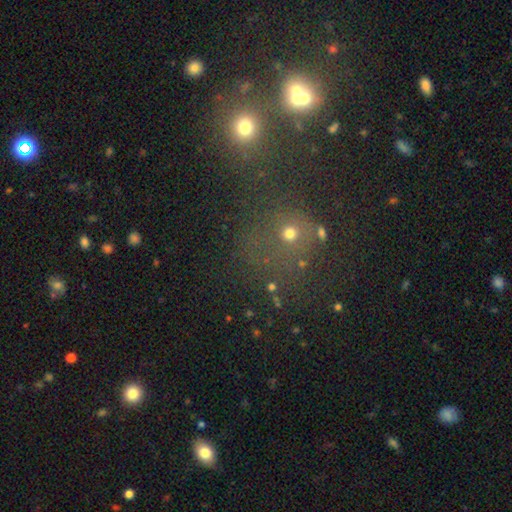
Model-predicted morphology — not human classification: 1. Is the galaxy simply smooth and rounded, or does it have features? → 48% smooth, 42% star or artifact, 10% featured or disk.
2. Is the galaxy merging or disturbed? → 64% none, 15% merger, 12% minor disturbance, 9% major disturbance.